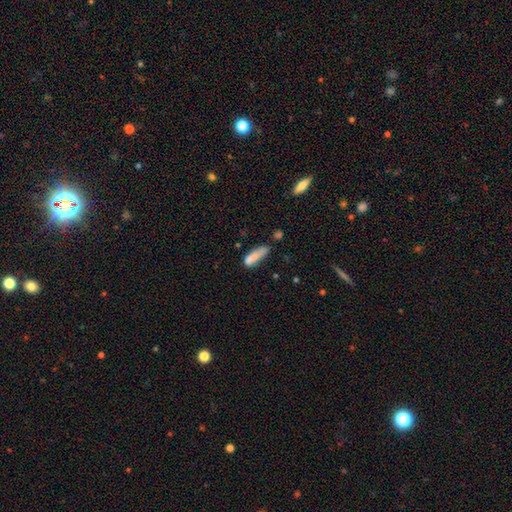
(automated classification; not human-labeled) Overall: smooth (81%). How rounded: cigar-shaped (59%; in between 39%). Merging: none (43%; minor disturbance 32%).